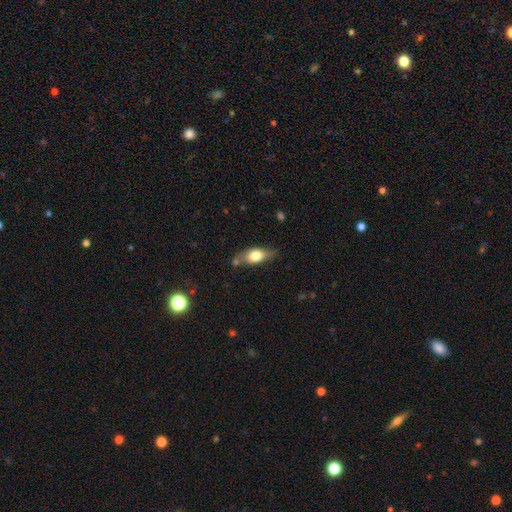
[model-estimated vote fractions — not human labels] Morphology: type=smooth (65%); roundness=in between (77%); merging=none (63%).